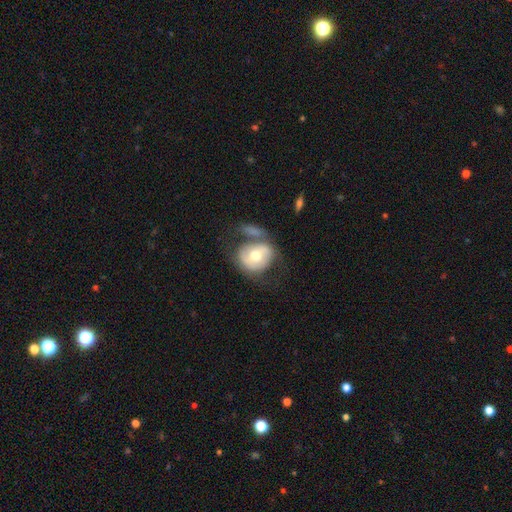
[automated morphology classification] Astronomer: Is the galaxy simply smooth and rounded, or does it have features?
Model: smooth — 50% (runner-up: featured or disk, 44%).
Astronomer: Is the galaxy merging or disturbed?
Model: none — 42% (runner-up: merger, 24%).